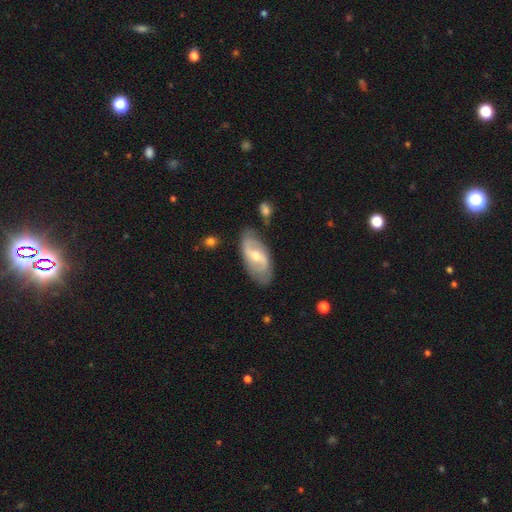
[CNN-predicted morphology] This appears to be a featured or disk galaxy (74%) with a weak bar (51%), 2 (83%) medium (41%) spiral arms (87%) and a moderate central bulge (53%). Merging: none (79%).